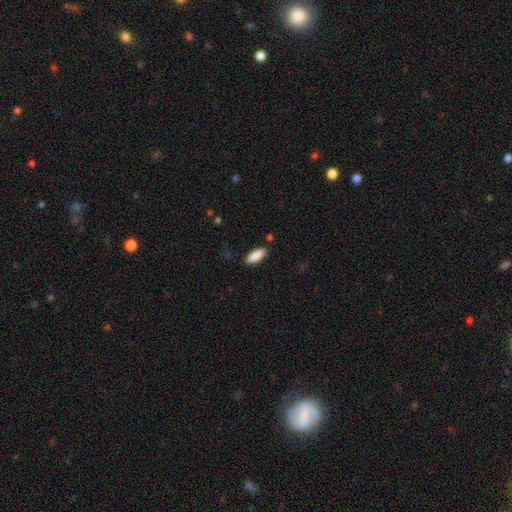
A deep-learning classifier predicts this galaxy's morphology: Overall: smooth (88%). How rounded: in between (72%). Merging: none (85%).